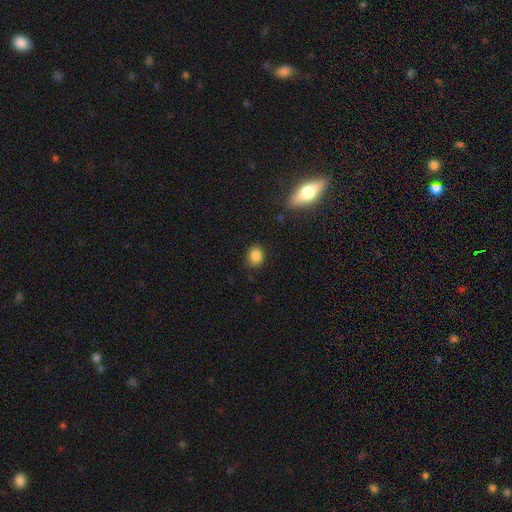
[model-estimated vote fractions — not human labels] smooth 86%, star or artifact 10%, featured or disk 4%. Down the decision tree: how rounded — round (58%); merging — none (87%).